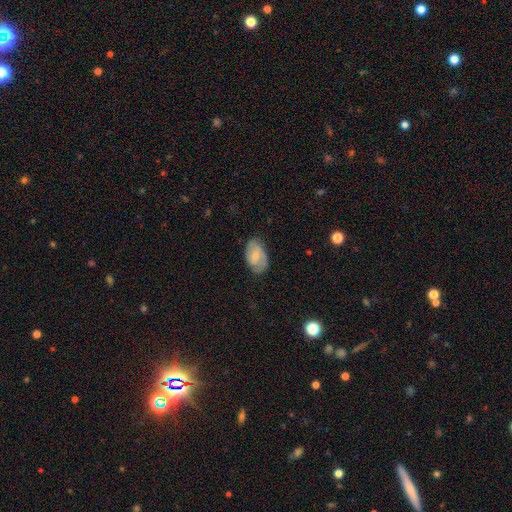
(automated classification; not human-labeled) The model was most divided on "smooth or featured": featured or disk: 56%, smooth: 38%, star or artifact: 6%. More confident: edge-on disk — no (96%); spiral arms — yes (84%); merging — none (69%); bulge size — small (57%); bar — no (56%).